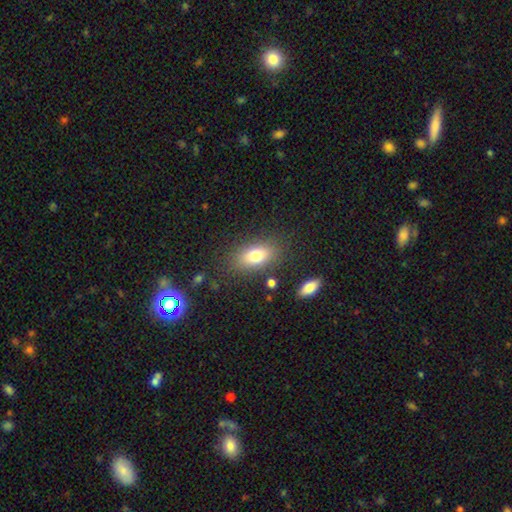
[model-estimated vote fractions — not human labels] Smooth or featured?
  - smooth: 78% *
  - featured or disk: 13%
  - star or artifact: 9%
How rounded?
  - in between: 86% *
  - round: 9%
  - cigar-shaped: 5%
Merging?
  - none: 82% *
  - minor disturbance: 11%
  - major disturbance: 4%
  - merger: 3%